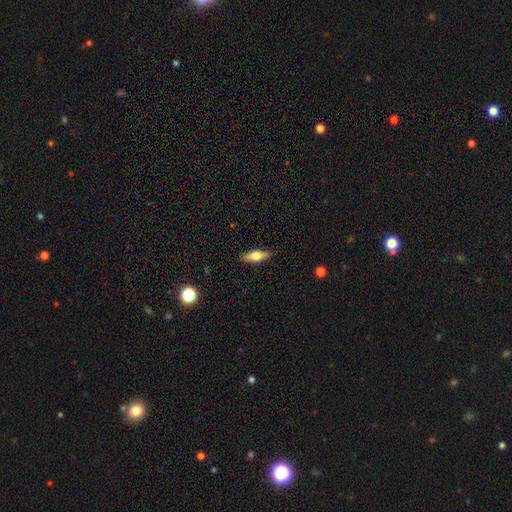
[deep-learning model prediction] This appears to be a smooth galaxy with no disk features (56%) that is in between round and cigar-shaped (53%). Merging: none (88%).